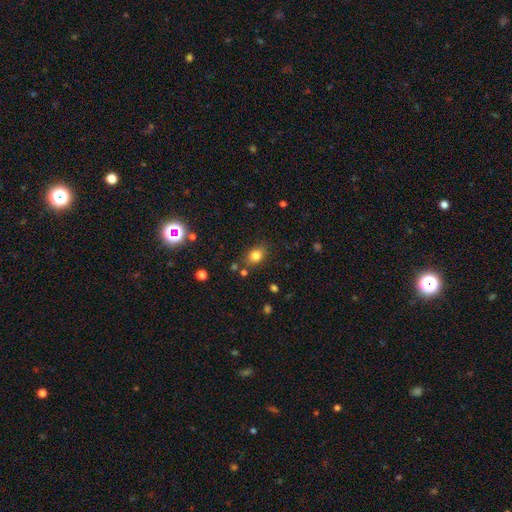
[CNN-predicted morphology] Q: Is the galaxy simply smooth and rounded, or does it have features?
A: smooth — 81%.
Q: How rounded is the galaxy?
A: in between — 68%.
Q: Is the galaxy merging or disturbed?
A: none — 78%.